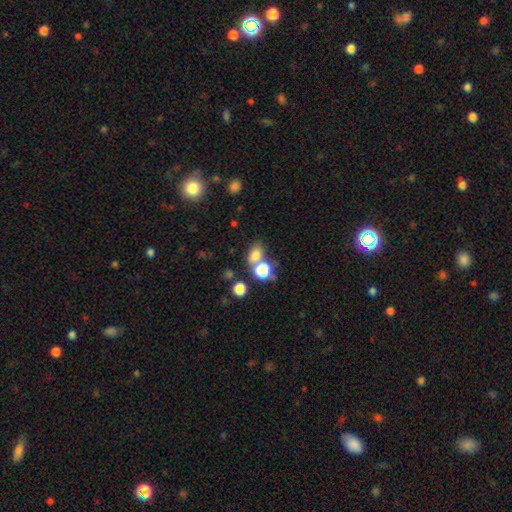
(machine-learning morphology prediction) Overall: smooth (74%). How rounded: in between (60%; round 38%). Merging: none (50%; merger 34%).